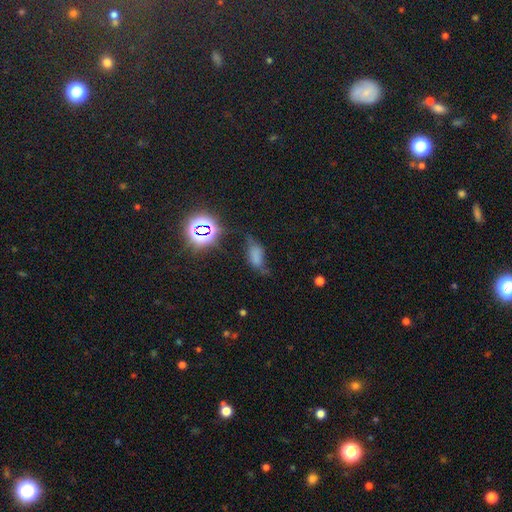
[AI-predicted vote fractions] smooth_or_featured: smooth (p=0.51) [alt: star or artifact p=0.25]
how_rounded: in between (p=0.83) [alt: cigar-shaped p=0.10]
merging: none (p=0.39) [alt: minor disturbance p=0.29]